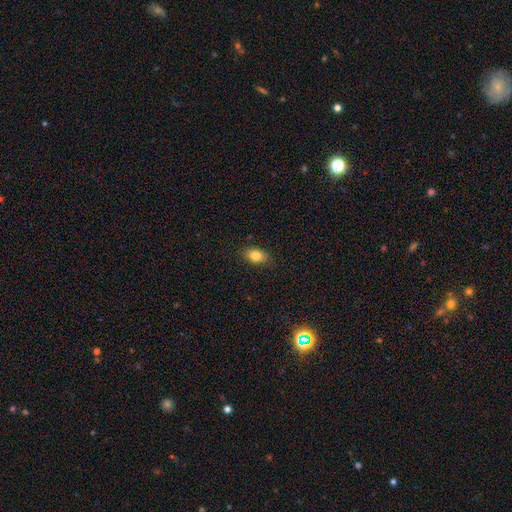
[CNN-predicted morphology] smooth-or-featured: smooth: 82% | featured or disk: 9% | star or artifact: 9%
  how-rounded: in between: 86% | round: 12% | cigar-shaped: 3%
  merging: none: 84% | minor disturbance: 12% | major disturbance: 2% | merger: 1%